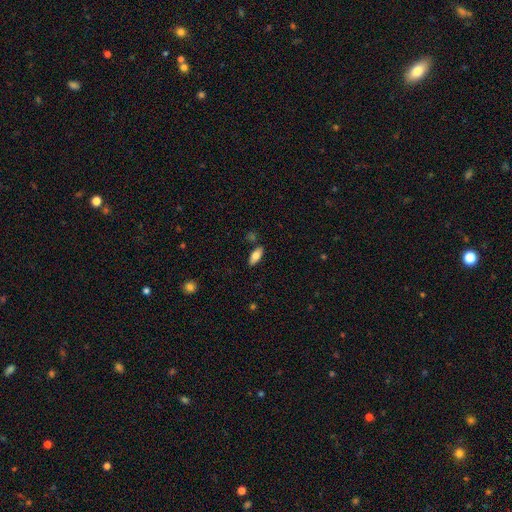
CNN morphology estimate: Smooth or featured? Predicted: smooth (p=0.76). How rounded? Predicted: in between (p=0.83). Merging? Predicted: none (p=0.84).